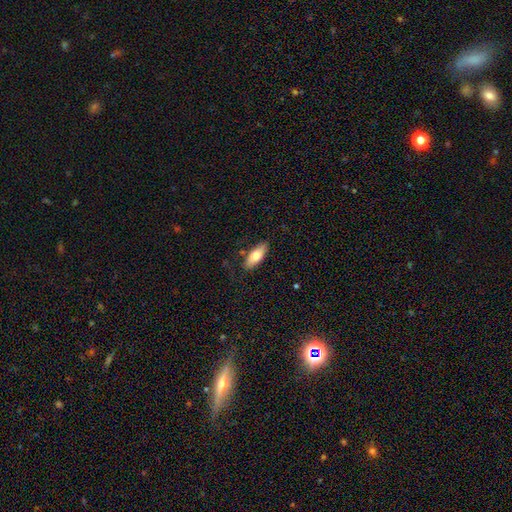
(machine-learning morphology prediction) This is likely a smooth galaxy (73%). How rounded: likely in between (77%). Merging: clearly none (82%).